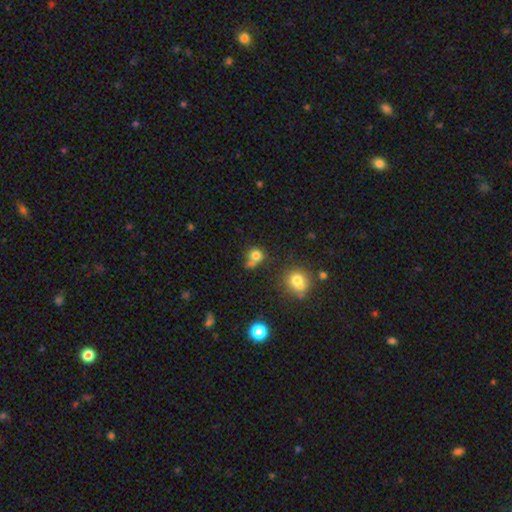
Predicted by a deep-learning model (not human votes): smooth_or_featured: smooth (p=0.77) [alt: star or artifact p=0.15]
how_rounded: round (p=0.84) [alt: in between p=0.15]
merging: none (p=0.53) [alt: merger p=0.29]